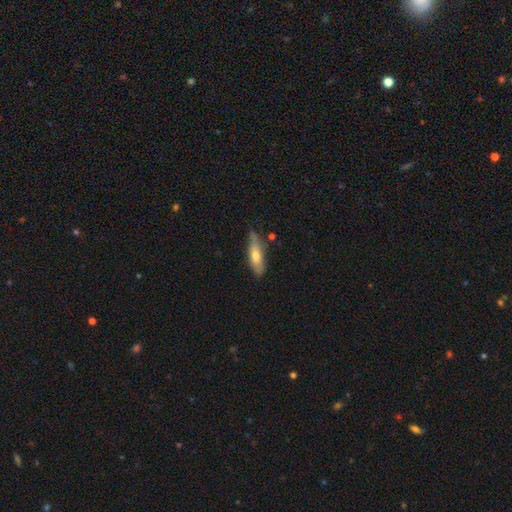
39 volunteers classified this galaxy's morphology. type=smooth (59%); roundness=cigar-shaped (61%); merging=none (65%).